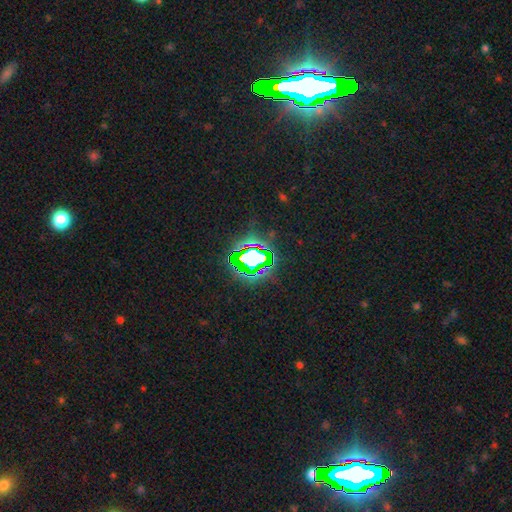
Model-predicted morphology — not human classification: smooth_or_featured: star or artifact (p=0.71) [alt: smooth p=0.16]